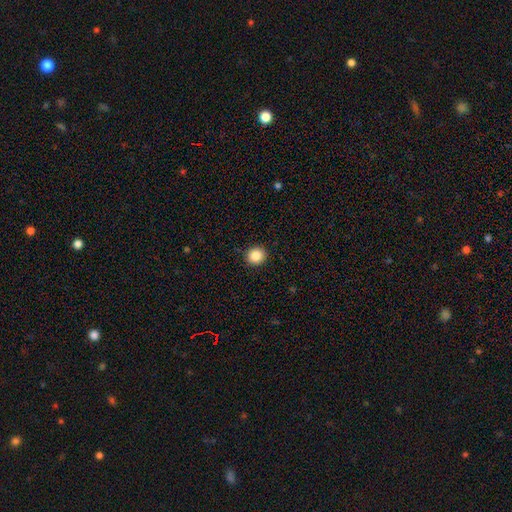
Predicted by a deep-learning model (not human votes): Q: Smooth or featured?
A: smooth (87%); runner-up: star or artifact (10%)
Q: How rounded?
A: round (90%); runner-up: in between (9%)
Q: Merging?
A: none (92%); runner-up: minor disturbance (5%)